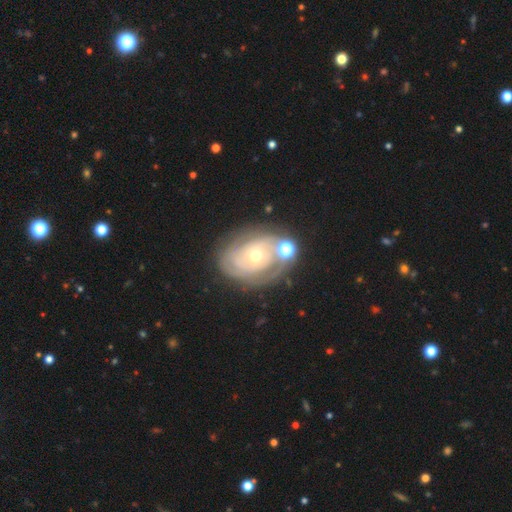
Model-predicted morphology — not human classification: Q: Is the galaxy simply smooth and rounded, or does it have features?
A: featured or disk — 80%.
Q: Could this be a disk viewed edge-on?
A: no — 96%.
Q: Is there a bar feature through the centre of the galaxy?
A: no — 79%.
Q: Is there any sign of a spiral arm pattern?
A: yes — 87%.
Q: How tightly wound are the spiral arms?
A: tight — 71%.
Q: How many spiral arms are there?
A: can't tell — 37%.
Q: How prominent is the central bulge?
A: small — 48%.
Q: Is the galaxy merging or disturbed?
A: none — 61%.